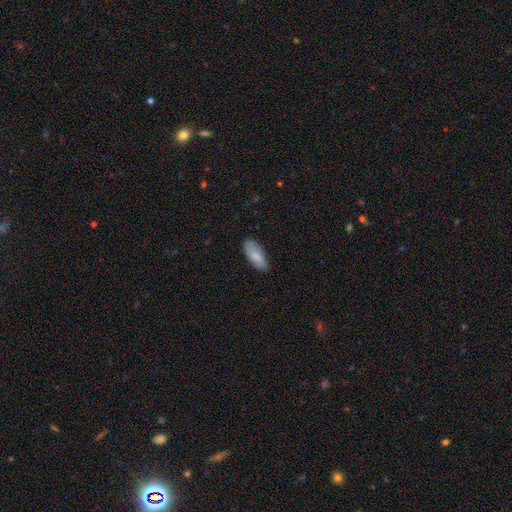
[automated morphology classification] type=smooth (84%); roundness=in between (80%); merging=none (82%).